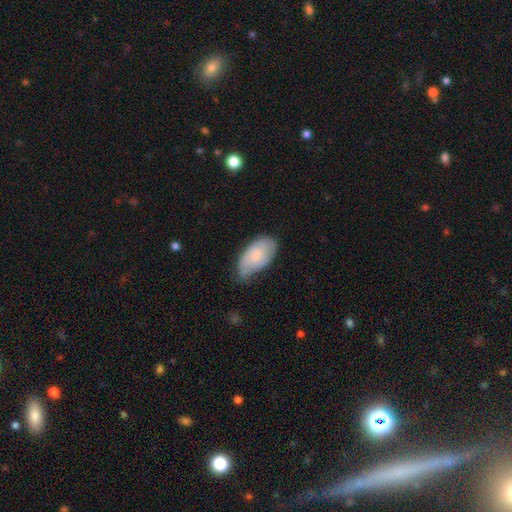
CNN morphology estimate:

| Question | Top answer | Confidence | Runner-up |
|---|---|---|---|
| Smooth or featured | smooth | 67% | featured or disk (27%) |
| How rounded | in between | 94% | round (3%) |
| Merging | minor disturbance | 44% | none (43%) |